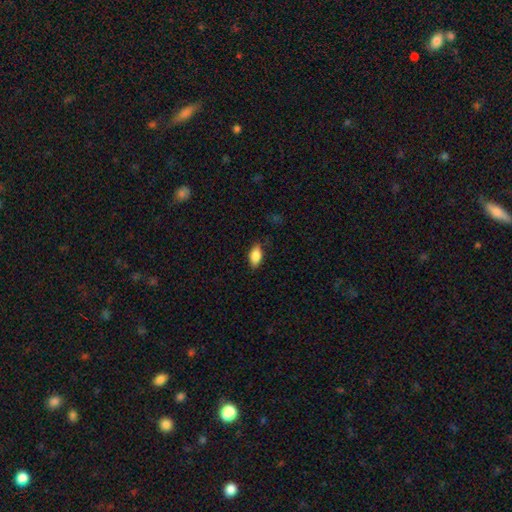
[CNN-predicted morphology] smooth-or-featured: smooth: 86% | star or artifact: 7% | featured or disk: 7%
  how-rounded: in between: 90% | cigar-shaped: 5% | round: 5%
  merging: none: 79% | minor disturbance: 16% | major disturbance: 4% | merger: 1%